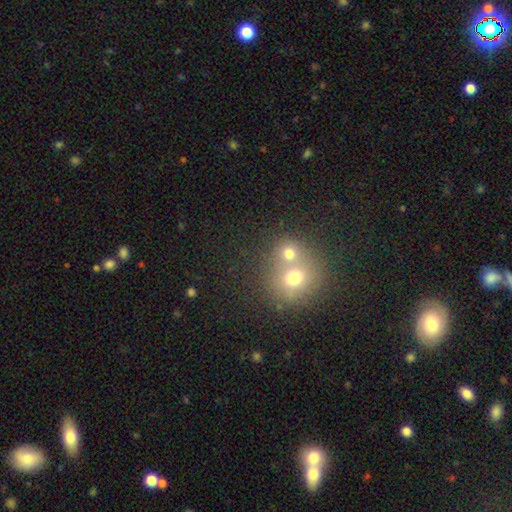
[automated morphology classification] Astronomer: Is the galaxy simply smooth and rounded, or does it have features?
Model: smooth — 60%.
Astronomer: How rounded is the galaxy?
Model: round — 83%.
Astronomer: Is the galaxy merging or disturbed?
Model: merger — 53% (runner-up: none, 38%).